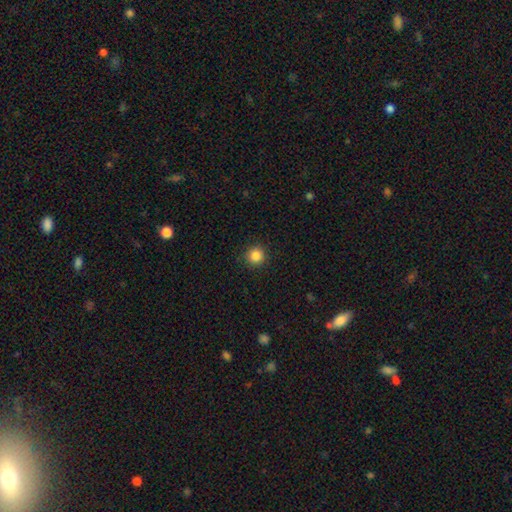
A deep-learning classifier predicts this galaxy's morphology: This is clearly a smooth galaxy (85%). How rounded: clearly round (95%). Merging: clearly none (91%).